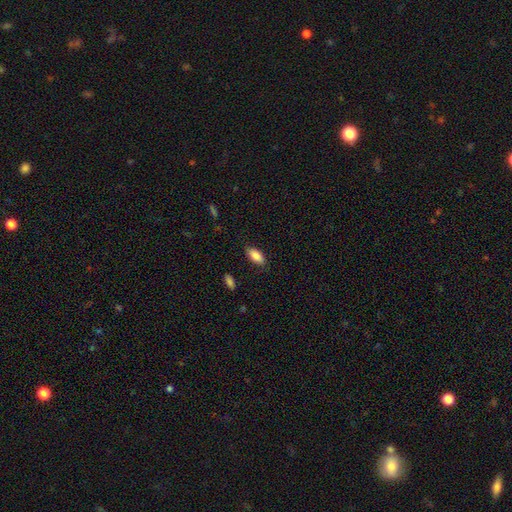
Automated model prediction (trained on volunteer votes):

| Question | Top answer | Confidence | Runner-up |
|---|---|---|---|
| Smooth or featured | smooth | 86% | featured or disk (7%) |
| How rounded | in between | 87% | cigar-shaped (11%) |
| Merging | none | 84% | minor disturbance (12%) |